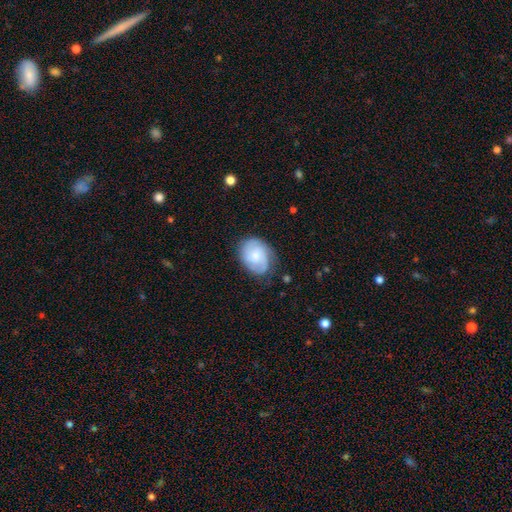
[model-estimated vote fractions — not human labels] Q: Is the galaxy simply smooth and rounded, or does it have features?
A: featured or disk — 55%.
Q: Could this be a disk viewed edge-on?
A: no — 98%.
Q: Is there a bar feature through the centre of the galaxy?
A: no — 71%.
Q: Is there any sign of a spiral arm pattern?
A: yes — 89%.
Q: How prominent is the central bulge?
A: small — 47%.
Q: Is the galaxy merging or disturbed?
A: none — 71%.